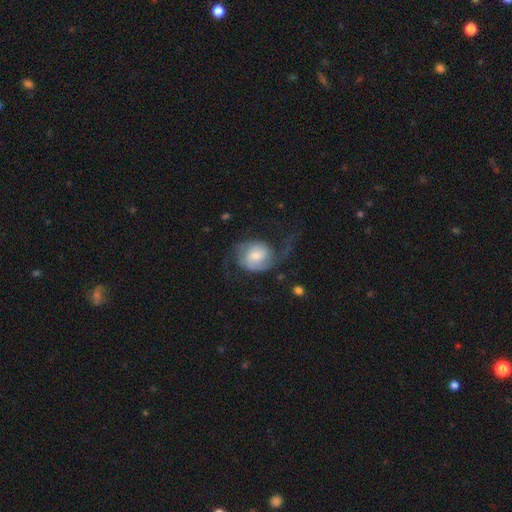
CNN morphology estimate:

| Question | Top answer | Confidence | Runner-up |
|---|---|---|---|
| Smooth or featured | featured or disk | 73% | smooth (21%) |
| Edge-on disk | no | 97% | yes (3%) |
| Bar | no | 51% | weak (40%) |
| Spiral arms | yes | 92% | no (8%) |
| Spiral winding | loose | 44% | medium (38%) |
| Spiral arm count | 2 | 75% | 1 (10%) |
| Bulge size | moderate | 46% | small (36%) |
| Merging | none | 51% | major disturbance (30%) |